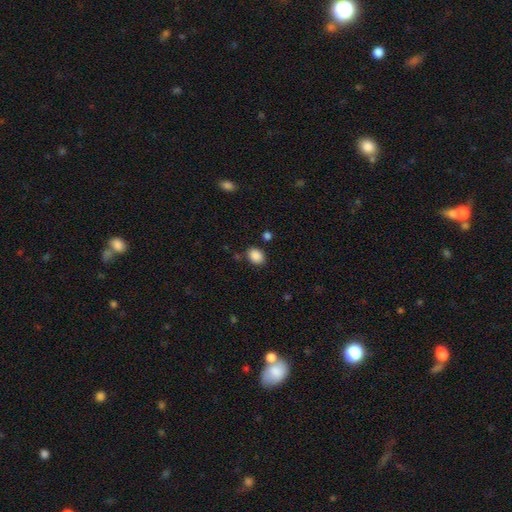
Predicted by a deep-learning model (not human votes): Smooth or featured: smooth — 88% (star or artifact — 9%)
How rounded: in between — 57% (round — 42%)
Merging: none — 80% (minor disturbance — 12%)